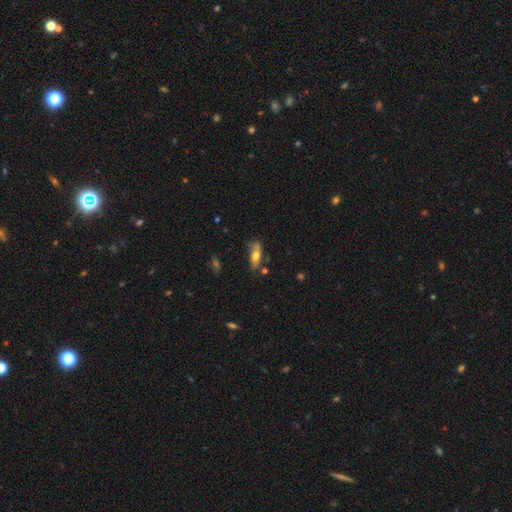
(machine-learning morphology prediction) A smooth galaxy with no disk features (57%) that is in between round and cigar-shaped (59%).

Vote fractions:
- Smooth or featured? smooth: 57% / featured or disk: 35% / star or artifact: 7%
- How rounded? in between: 59% / cigar-shaped: 37% / round: 3%
- Merging? none: 61% / minor disturbance: 24% / merger: 8% / major disturbance: 7%